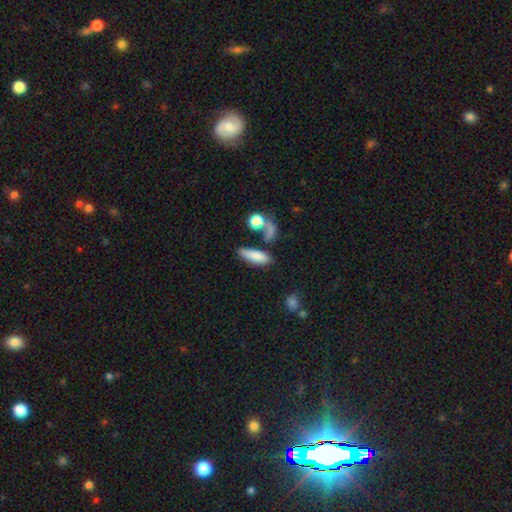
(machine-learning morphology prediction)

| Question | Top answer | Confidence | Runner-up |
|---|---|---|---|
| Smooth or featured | smooth | 79% | featured or disk (12%) |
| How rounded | in between | 58% | cigar-shaped (37%) |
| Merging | none | 51% | merger (21%) |